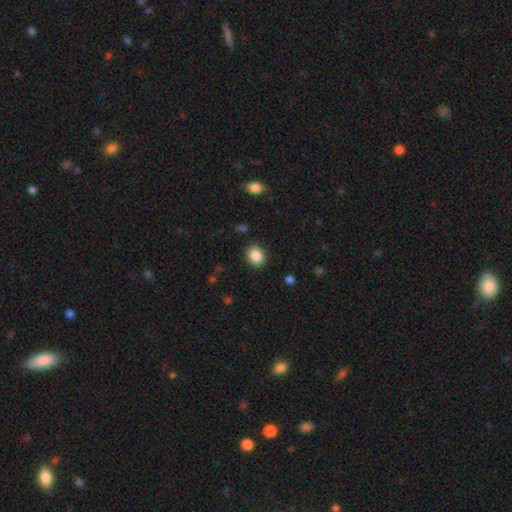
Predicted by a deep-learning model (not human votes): Morphology: type=smooth (87%); roundness=round (56%); merging=none (88%).